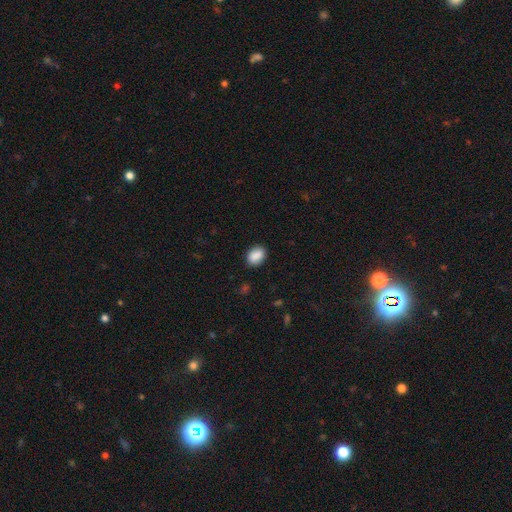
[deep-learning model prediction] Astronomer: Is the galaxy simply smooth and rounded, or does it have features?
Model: smooth — 89%.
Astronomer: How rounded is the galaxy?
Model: in between — 76%.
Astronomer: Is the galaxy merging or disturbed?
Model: none — 86%.